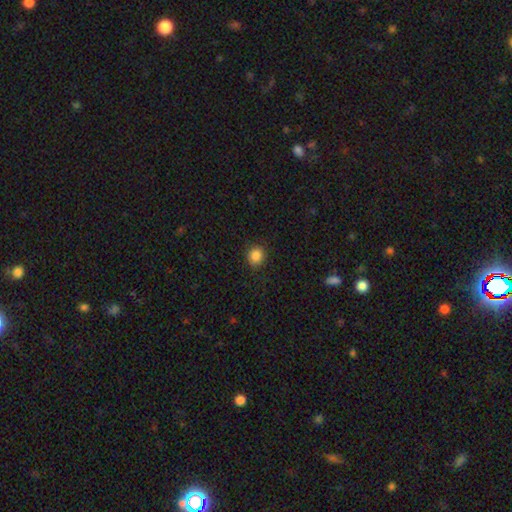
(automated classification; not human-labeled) This appears to be a smooth galaxy with no disk features (86%) that is round (79%). Merging: none (89%).